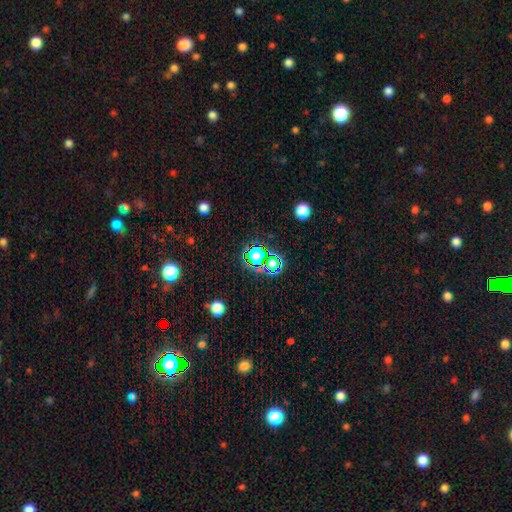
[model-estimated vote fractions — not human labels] The model was most divided on "smooth or featured": star or artifact: 53%, smooth: 37%, featured or disk: 10%.